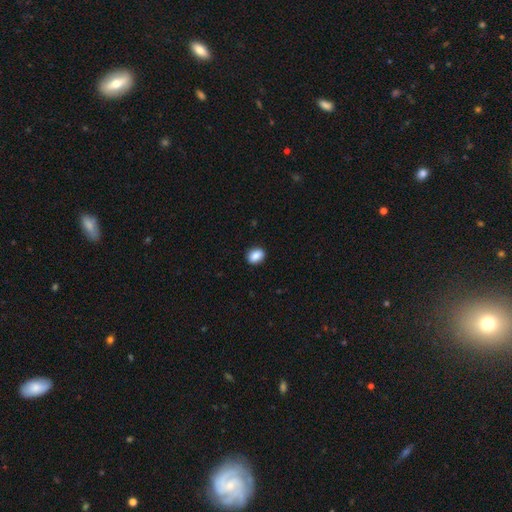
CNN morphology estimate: Q: Smooth or featured?
A: smooth (88%); runner-up: star or artifact (8%)
Q: How rounded?
A: in between (62%); runner-up: round (37%)
Q: Merging?
A: none (90%); runner-up: minor disturbance (7%)